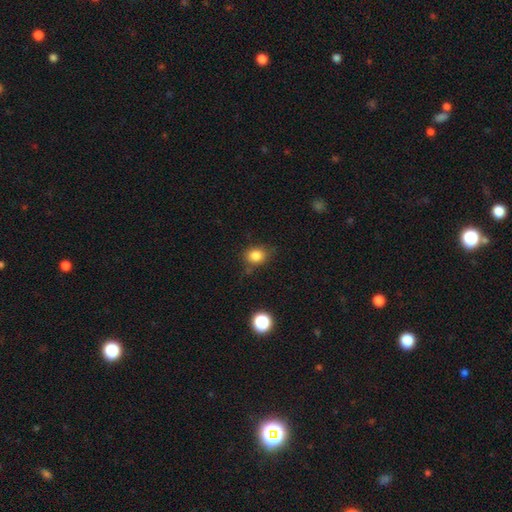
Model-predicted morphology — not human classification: smooth_or_featured: smooth (p=0.83) [alt: star or artifact p=0.11]
how_rounded: round (p=0.60) [alt: in between p=0.39]
merging: none (p=0.71) [alt: minor disturbance p=0.20]